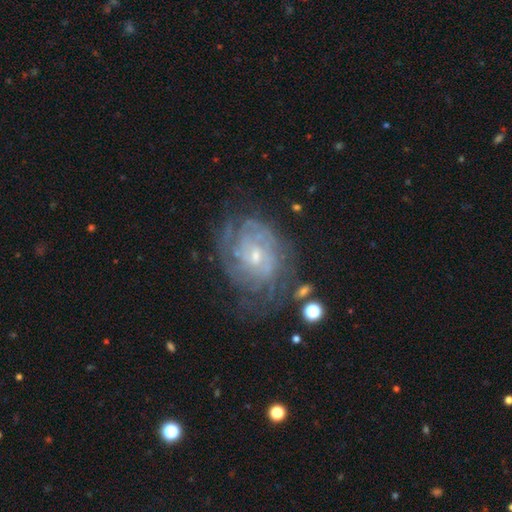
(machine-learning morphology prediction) smooth_or_featured: featured or disk (p=0.84) [alt: smooth p=0.08]
disk_edge_on: no (p=0.97) [alt: yes p=0.03]
bar: no (p=0.59) [alt: weak p=0.34]
has_spiral_arms: yes (p=0.93) [alt: no p=0.07]
spiral_winding: tight (p=0.72) [alt: medium p=0.23]
spiral_arm_count: can't tell (p=0.48) [alt: 2 p=0.13]
bulge_size: small (p=0.69) [alt: moderate p=0.26]
merging: none (p=0.65) [alt: minor disturbance p=0.20]